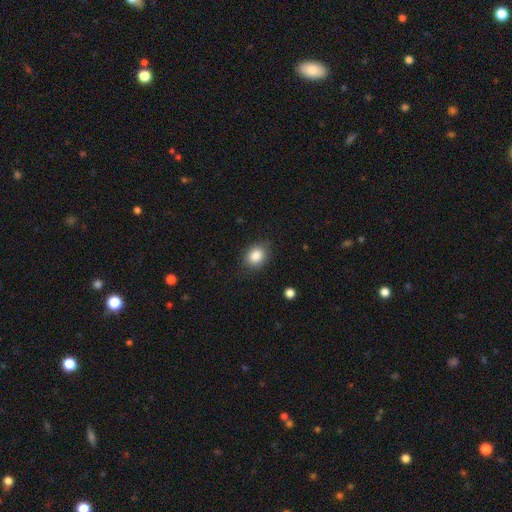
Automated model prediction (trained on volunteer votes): This appears to be a smooth galaxy with no disk features (85%) that is round (52%). Merging: none (82%).